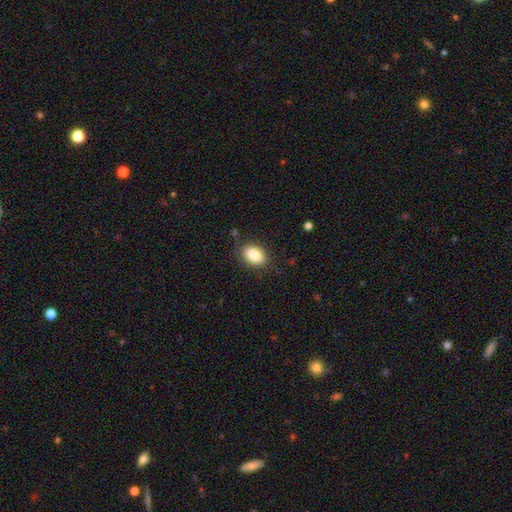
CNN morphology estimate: type=smooth (87%); roundness=in between (82%); merging=none (85%).